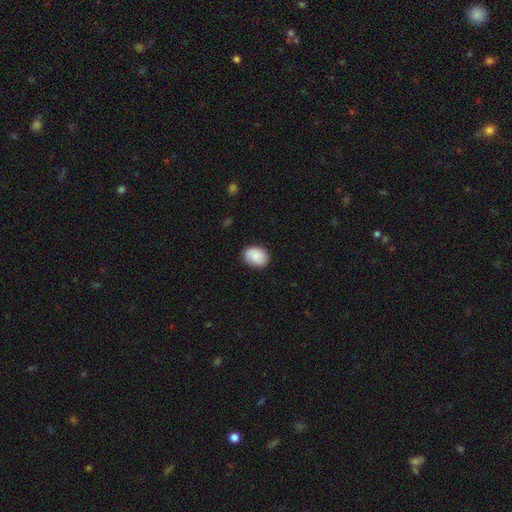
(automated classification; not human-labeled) Smooth or featured? Predicted: smooth (p=0.81). How rounded? Predicted: in between (p=0.66). Merging? Predicted: none (p=0.82).